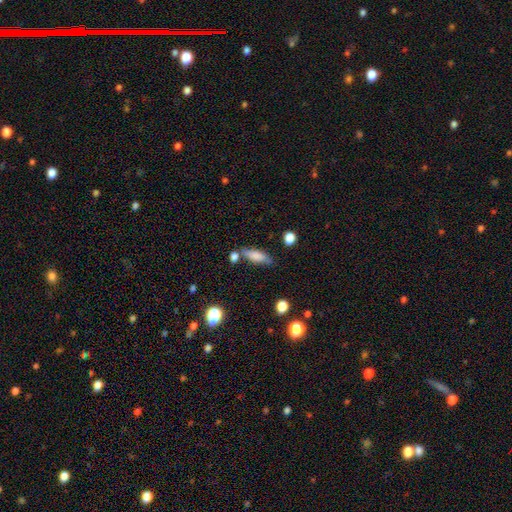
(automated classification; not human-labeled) This is likely a smooth galaxy (76%). How rounded: possibly in between (52%). Merging: likely none (64%).